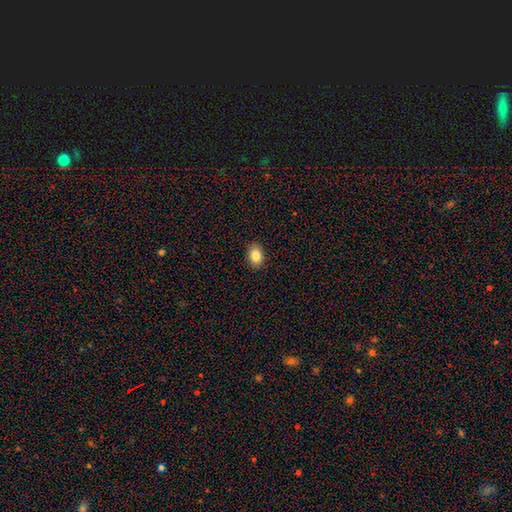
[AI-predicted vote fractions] A smooth galaxy with no disk features (85%) that is in between round and cigar-shaped (81%).

Vote fractions:
- Smooth or featured? smooth: 85% / star or artifact: 9% / featured or disk: 7%
- How rounded? in between: 81% / round: 18% / cigar-shaped: 1%
- Merging? none: 90% / minor disturbance: 7% / major disturbance: 2% / merger: 1%